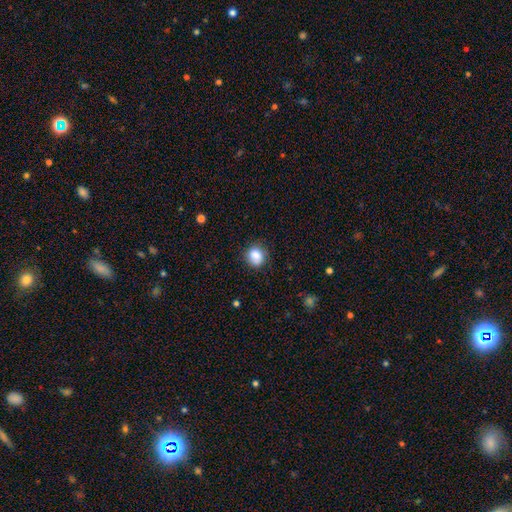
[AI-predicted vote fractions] Smooth or featured? smooth (84%)
How rounded? round (75%)
Merging? none (74%)